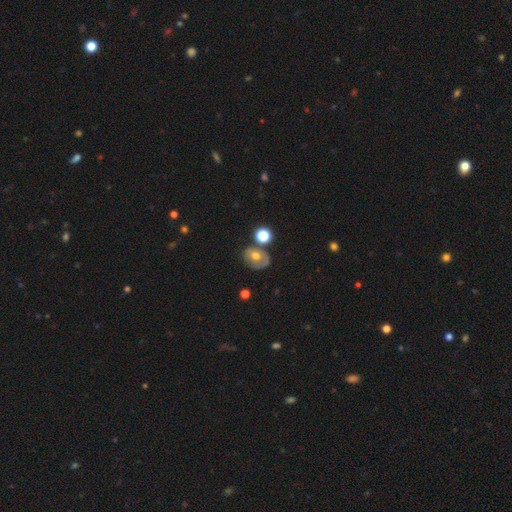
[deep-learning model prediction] smooth-or-featured: smooth: 47% | featured or disk: 42% | star or artifact: 11%
  merging: none: 58% | minor disturbance: 20% | merger: 12% | major disturbance: 9%